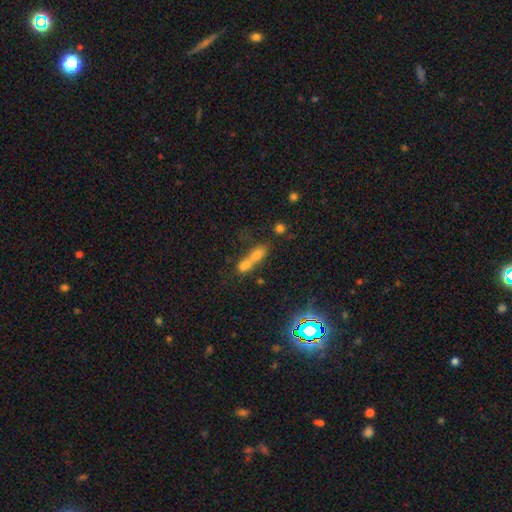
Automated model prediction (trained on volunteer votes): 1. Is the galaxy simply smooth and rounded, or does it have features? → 53% smooth, 27% star or artifact, 20% featured or disk.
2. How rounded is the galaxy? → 51% in between, 27% cigar-shaped, 22% round.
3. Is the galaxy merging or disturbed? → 66% merger, 23% none, 6% minor disturbance, 5% major disturbance.